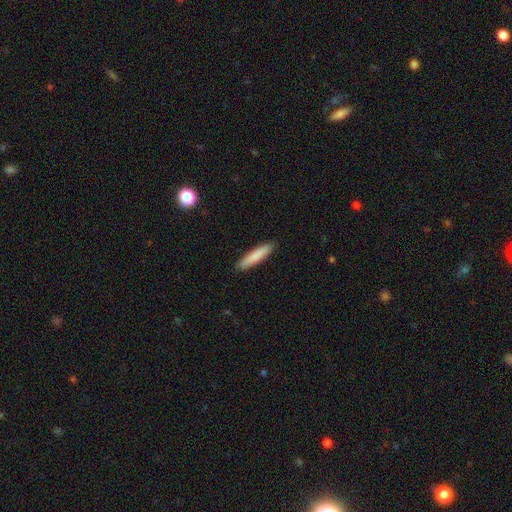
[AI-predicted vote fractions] This is clearly a smooth galaxy (83%). How rounded: clearly cigar-shaped (88%). Merging: clearly none (90%).